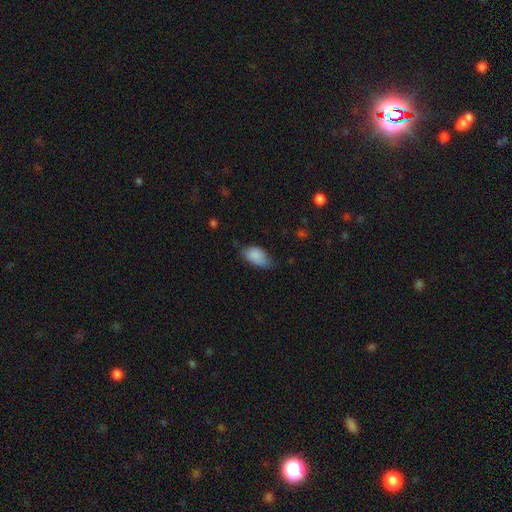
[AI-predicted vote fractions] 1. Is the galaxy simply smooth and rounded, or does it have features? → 84% smooth, 9% featured or disk, 7% star or artifact.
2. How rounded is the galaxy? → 92% in between, 6% round, 2% cigar-shaped.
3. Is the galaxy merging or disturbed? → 49% none, 40% minor disturbance, 9% major disturbance, 2% merger.